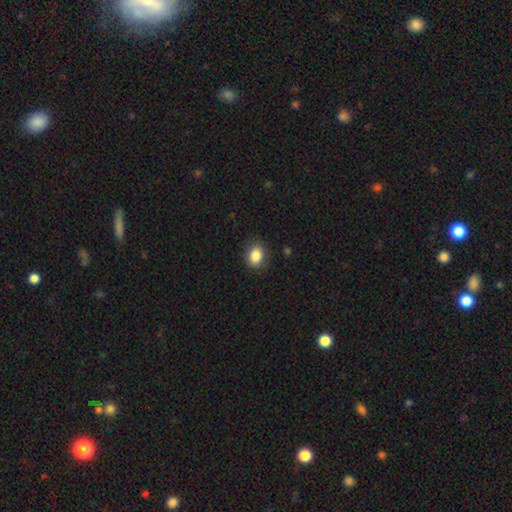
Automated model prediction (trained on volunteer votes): smooth_or_featured: smooth (p=0.86) [alt: star or artifact p=0.09]
how_rounded: in between (p=0.54) [alt: round p=0.45]
merging: none (p=0.85) [alt: minor disturbance p=0.11]